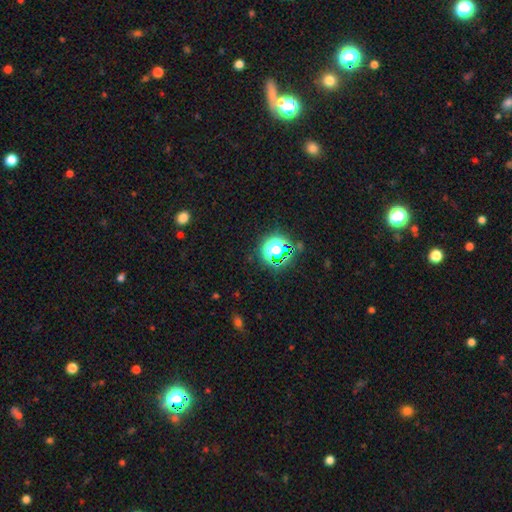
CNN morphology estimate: The model was most divided on "smooth or featured": star or artifact: 75%, smooth: 18%, featured or disk: 7%.